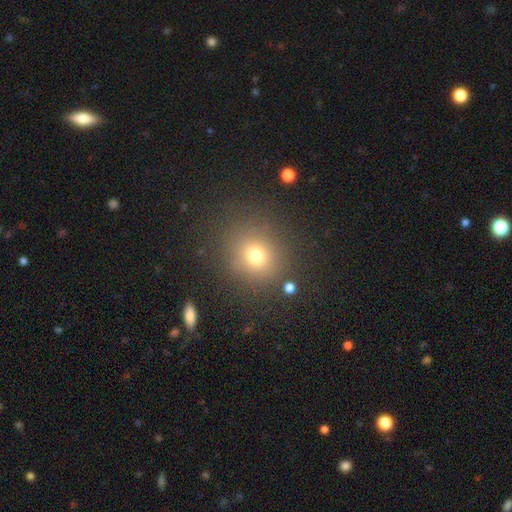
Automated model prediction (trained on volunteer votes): smooth_or_featured: smooth (p=0.72) [alt: star or artifact p=0.18]
how_rounded: round (p=0.83) [alt: in between p=0.16]
merging: none (p=0.84) [alt: minor disturbance p=0.09]